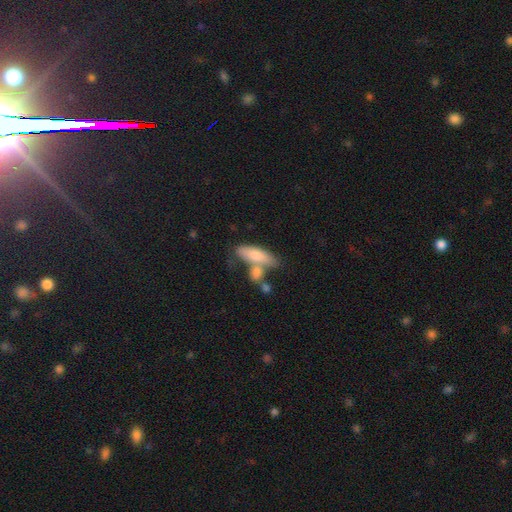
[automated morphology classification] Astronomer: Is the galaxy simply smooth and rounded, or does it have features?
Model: smooth — 74%.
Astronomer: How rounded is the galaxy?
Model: in between — 59% (runner-up: cigar-shaped, 38%).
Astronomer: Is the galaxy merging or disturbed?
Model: none — 45% (runner-up: merger, 34%).